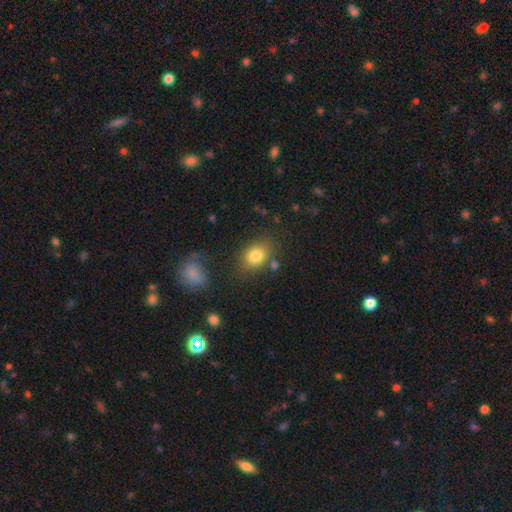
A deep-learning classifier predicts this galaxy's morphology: smooth 81%, star or artifact 10%, featured or disk 9%. Down the decision tree: how rounded — in between (62%); merging — none (73%).